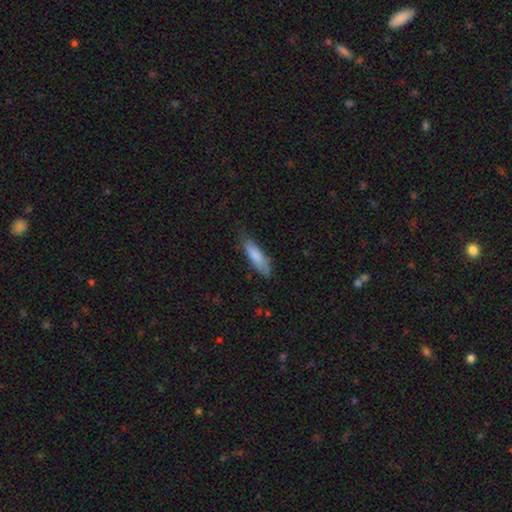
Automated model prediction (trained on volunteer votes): Smooth or featured: smooth — 81% (featured or disk — 13%)
How rounded: cigar-shaped — 63% (in between — 35%)
Merging: none — 72% (minor disturbance — 23%)